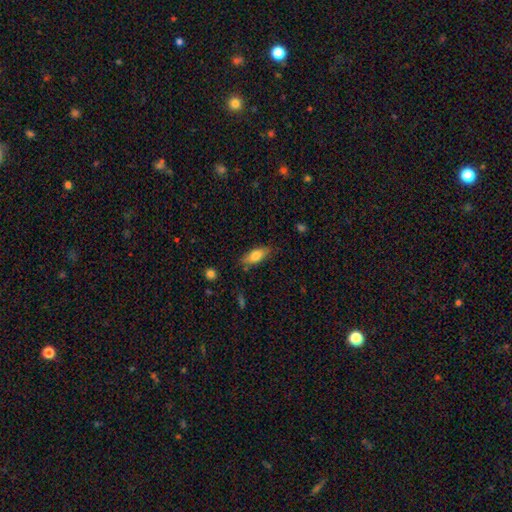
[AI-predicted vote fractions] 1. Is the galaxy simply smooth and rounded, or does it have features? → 77% smooth, 17% featured or disk, 7% star or artifact.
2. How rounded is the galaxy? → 75% in between, 22% cigar-shaped, 3% round.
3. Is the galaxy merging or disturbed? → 77% none, 17% minor disturbance, 3% major disturbance, 2% merger.